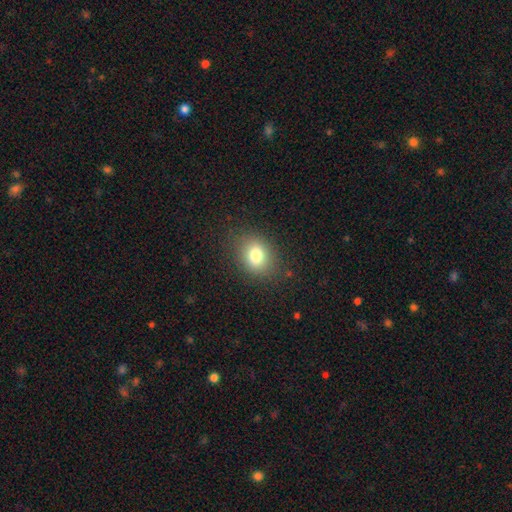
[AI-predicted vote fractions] smooth 79%, star or artifact 12%, featured or disk 10%. Down the decision tree: how rounded — in between (52%); merging — none (84%).